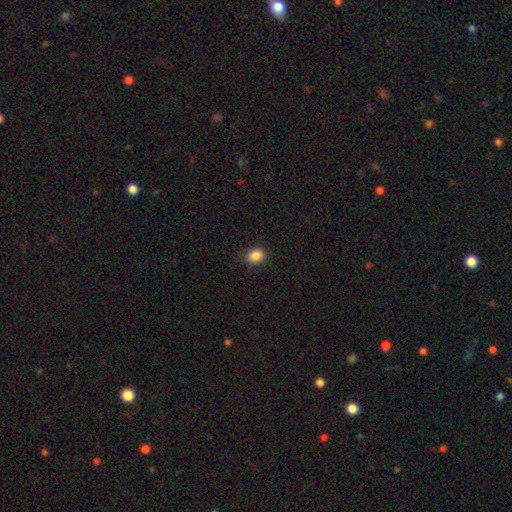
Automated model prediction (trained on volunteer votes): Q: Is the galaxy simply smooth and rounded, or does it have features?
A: smooth — 87%.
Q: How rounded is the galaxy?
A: in between — 63%.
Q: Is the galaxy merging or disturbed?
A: none — 82%.